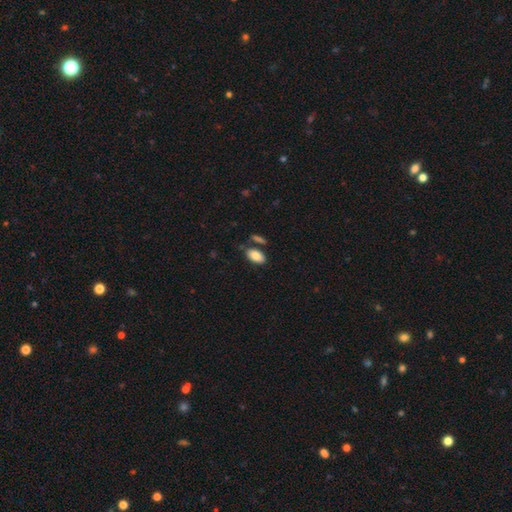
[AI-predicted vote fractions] Overall: smooth (86%). How rounded: in between (94%). Merging: none (71%).